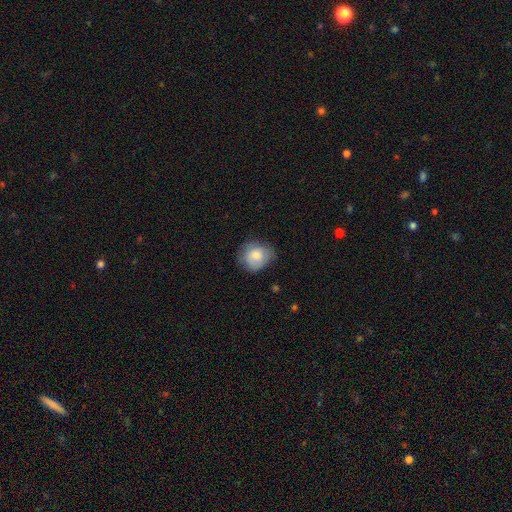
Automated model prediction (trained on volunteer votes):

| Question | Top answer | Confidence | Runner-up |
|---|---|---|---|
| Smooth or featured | smooth | 77% | featured or disk (15%) |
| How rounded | round | 69% | in between (30%) |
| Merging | none | 59% | minor disturbance (31%) |